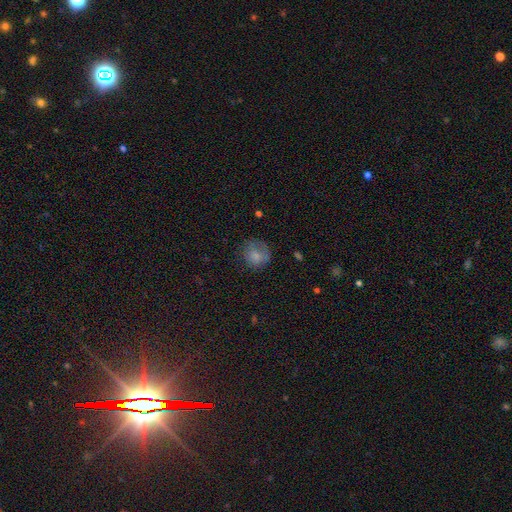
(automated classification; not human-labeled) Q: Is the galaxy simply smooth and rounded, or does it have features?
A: smooth — 77%.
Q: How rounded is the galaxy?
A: round — 82%.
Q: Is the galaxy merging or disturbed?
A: none — 62%.